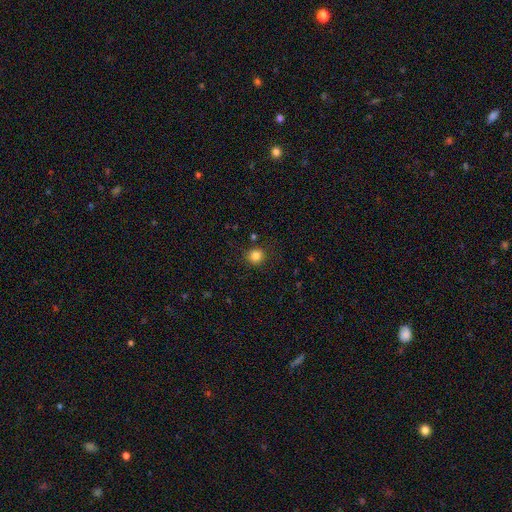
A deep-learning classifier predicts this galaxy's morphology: Smooth or featured? Predicted: smooth (p=0.83). How rounded? Predicted: round (p=0.91). Merging? Predicted: none (p=0.88).